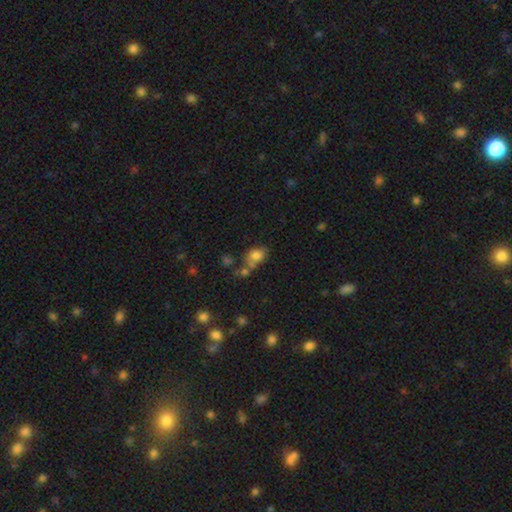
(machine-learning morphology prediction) Overall: smooth (75%). How rounded: in between (67%; round 31%). Merging: none (38%; merger 33%).